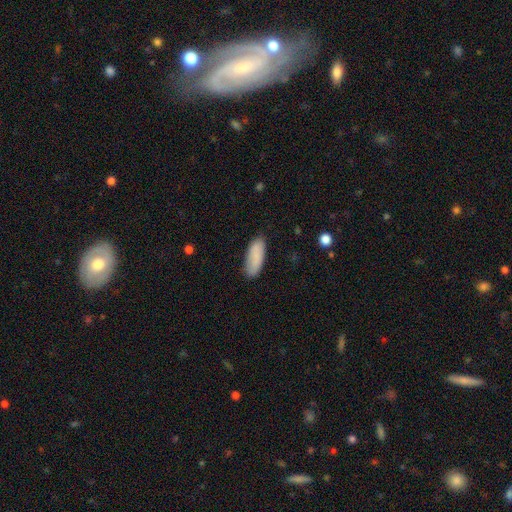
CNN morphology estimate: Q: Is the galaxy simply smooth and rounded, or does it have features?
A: smooth — 86%.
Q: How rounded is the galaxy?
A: in between — 73%.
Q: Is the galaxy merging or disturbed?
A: none — 82%.